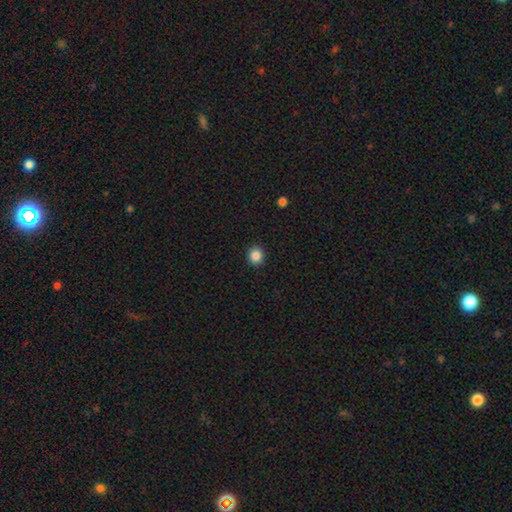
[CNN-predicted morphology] Q: Smooth or featured?
A: smooth (87%); runner-up: star or artifact (10%)
Q: How rounded?
A: round (85%); runner-up: in between (14%)
Q: Merging?
A: none (92%); runner-up: minor disturbance (5%)